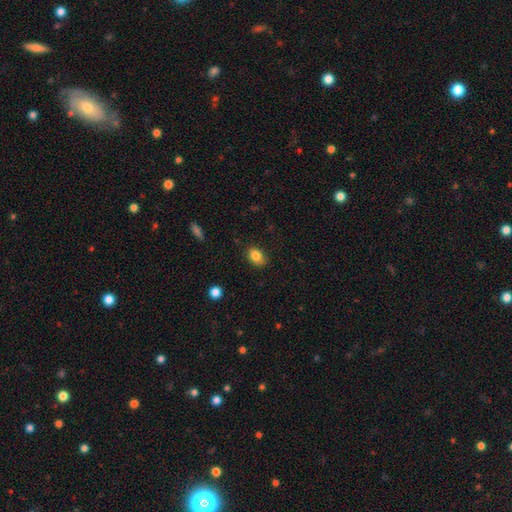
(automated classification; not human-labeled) Morphology: type=smooth (84%); roundness=in between (82%); merging=none (84%).